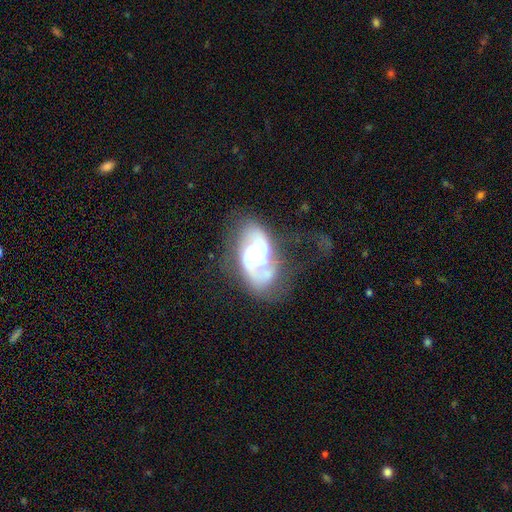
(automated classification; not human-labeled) A featured or disk galaxy (83%) with no bar (60%), 2 (64%) medium (45%) spiral arms (90%) and a small central bulge (50%).

Vote fractions:
- Smooth or featured? featured or disk: 83% / smooth: 11% / star or artifact: 6%
- Edge-on disk? no: 97% / yes: 3%
- Bar? no: 60% / weak: 32% / strong: 8%
- Spiral arms? yes: 90% / no: 10%
- Spiral winding? medium: 45% / tight: 36% / loose: 18%
- Spiral arm count? 2: 64% / can't tell: 16% / 3: 9% / 1: 7% / 4: 2% / more than 4: 2%
- Bulge size? small: 50% / moderate: 38% / none: 5% / large: 5% / dominant: 1%
- Merging? none: 42% / major disturbance: 25% / minor disturbance: 20% / merger: 12%